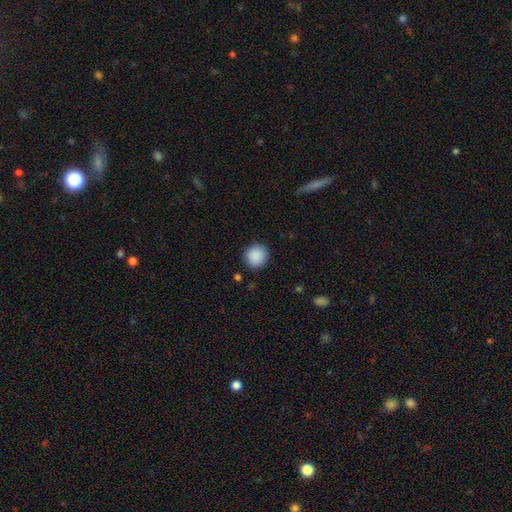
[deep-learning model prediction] Smooth or featured? smooth (89%)
How rounded? round (93%)
Merging? none (90%)